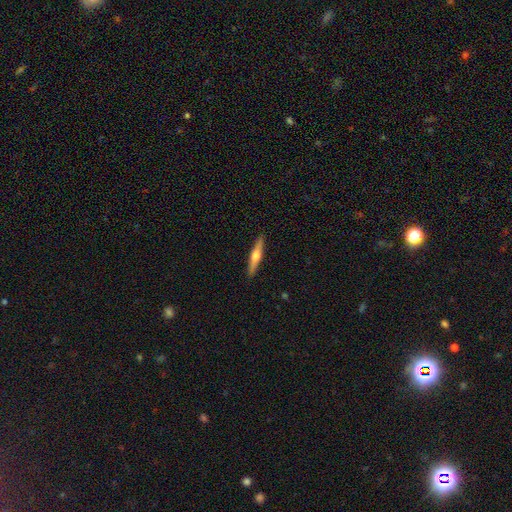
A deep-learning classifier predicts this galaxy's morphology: A featured or disk galaxy (59%) viewed edge-on (97%) with a rounded central bulge (92%). Merging: none (91%).